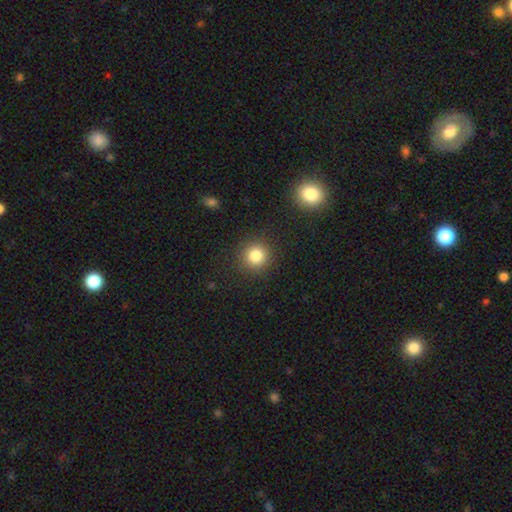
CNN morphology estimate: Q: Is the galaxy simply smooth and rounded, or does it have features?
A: smooth — 82%.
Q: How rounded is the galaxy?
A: round — 93%.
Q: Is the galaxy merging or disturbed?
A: none — 90%.